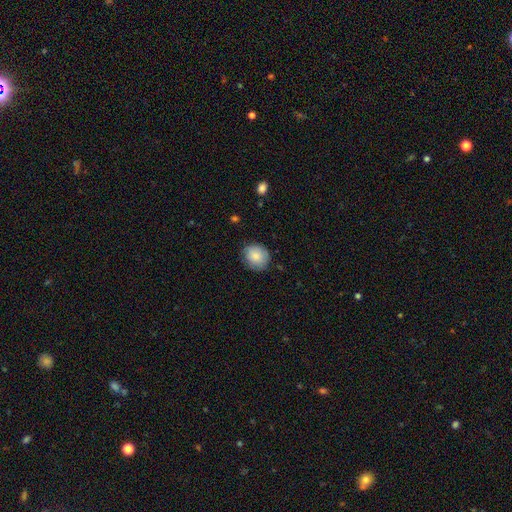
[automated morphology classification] A smooth galaxy with no disk features (80%) that is round (76%). Merging: none (77%).